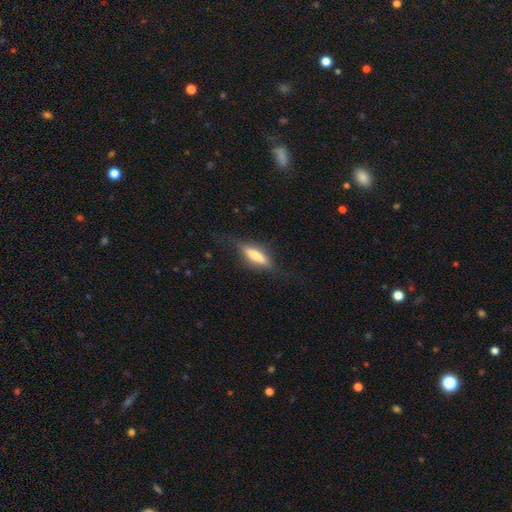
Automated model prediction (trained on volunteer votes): smooth_or_featured: smooth (p=0.61) [alt: featured or disk p=0.32]
how_rounded: cigar-shaped (p=0.62) [alt: in between p=0.35]
merging: none (p=0.73) [alt: minor disturbance p=0.18]